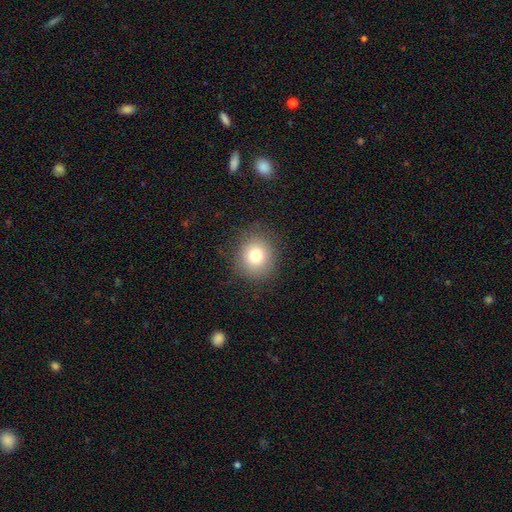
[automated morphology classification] type=smooth (77%); roundness=round (85%); merging=none (85%).